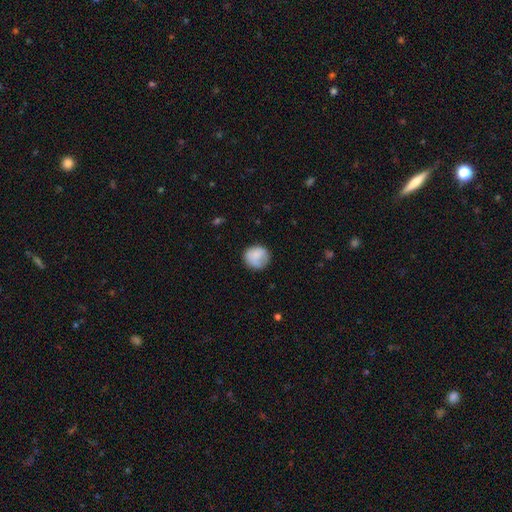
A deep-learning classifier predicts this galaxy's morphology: Smooth or featured?
  - smooth: 83% *
  - featured or disk: 10%
  - star or artifact: 8%
How rounded?
  - round: 85% *
  - in between: 14%
  - cigar-shaped: 1%
Merging?
  - none: 72% *
  - minor disturbance: 20%
  - major disturbance: 7%
  - merger: 2%